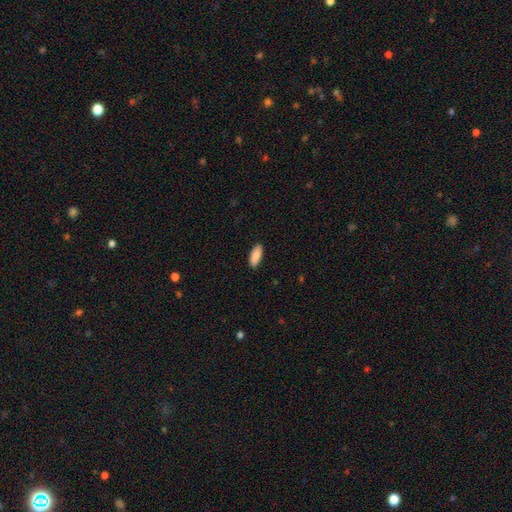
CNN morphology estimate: type=smooth (90%); roundness=in between (77%); merging=none (89%).